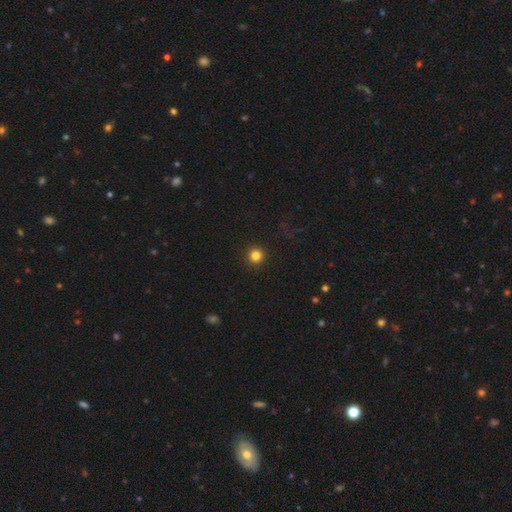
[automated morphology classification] This is clearly a smooth galaxy (83%). How rounded: clearly round (95%). Merging: clearly none (93%).